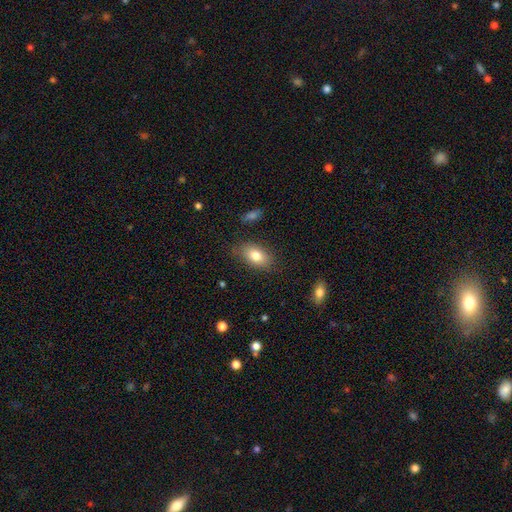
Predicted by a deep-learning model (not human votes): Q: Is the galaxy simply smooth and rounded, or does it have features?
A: smooth — 79%.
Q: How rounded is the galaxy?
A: in between — 89%.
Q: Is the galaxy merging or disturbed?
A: none — 81%.